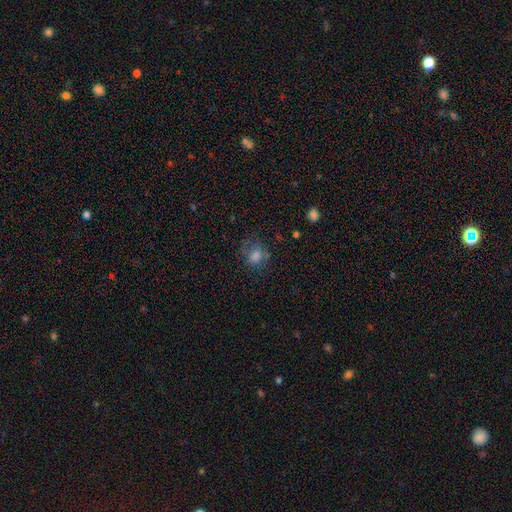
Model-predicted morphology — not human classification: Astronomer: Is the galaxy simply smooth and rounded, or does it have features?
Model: smooth — 68%.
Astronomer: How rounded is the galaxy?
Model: round — 63%.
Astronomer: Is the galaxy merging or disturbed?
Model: none — 59%.